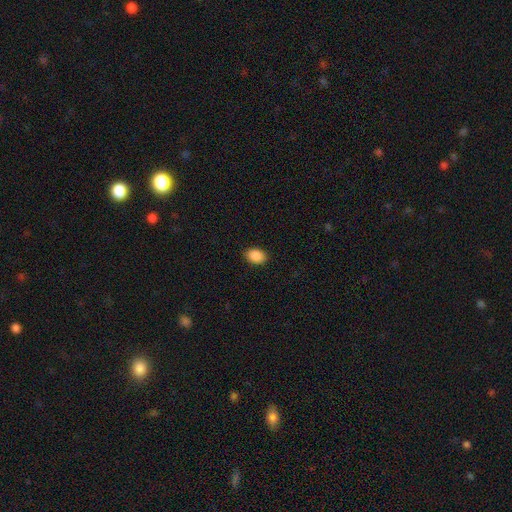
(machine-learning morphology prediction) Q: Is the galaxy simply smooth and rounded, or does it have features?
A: smooth — 89%.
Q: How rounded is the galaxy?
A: in between — 78%.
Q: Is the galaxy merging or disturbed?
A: none — 89%.